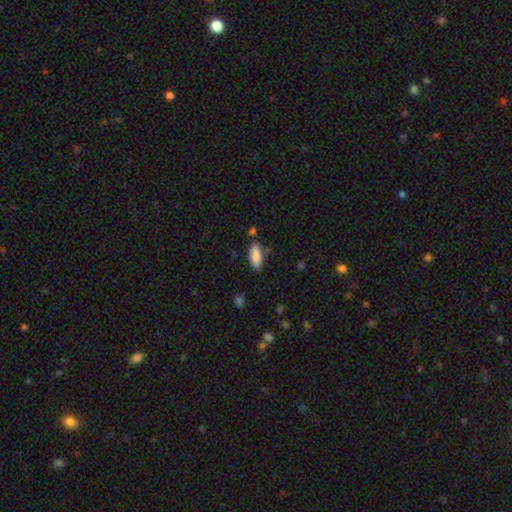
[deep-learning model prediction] This is clearly a smooth galaxy (88%). How rounded: clearly in between (81%). Merging: likely none (77%).